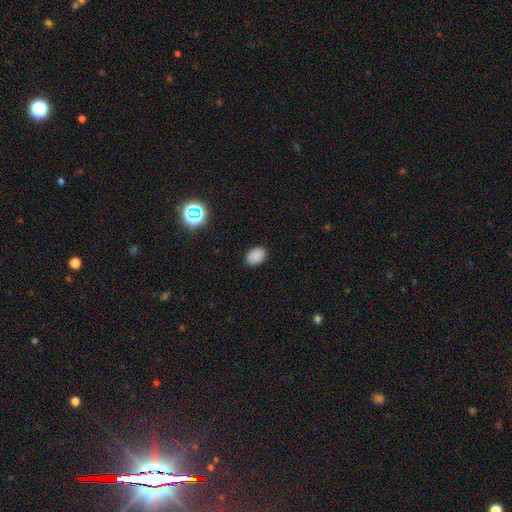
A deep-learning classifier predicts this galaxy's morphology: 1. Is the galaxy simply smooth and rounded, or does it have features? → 86% smooth, 11% star or artifact, 3% featured or disk.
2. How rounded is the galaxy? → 80% in between, 19% round, 1% cigar-shaped.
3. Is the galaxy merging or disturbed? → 88% none, 9% minor disturbance, 2% major disturbance, 1% merger.